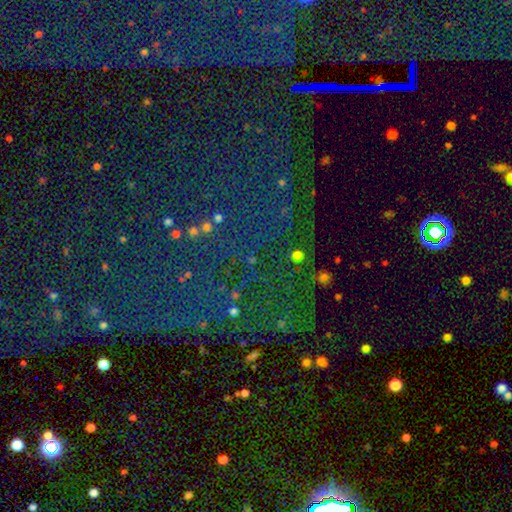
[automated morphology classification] A star or artifact, not a galaxy (81%).

Vote fractions:
- Smooth or featured? star or artifact: 81% / smooth: 10% / featured or disk: 9%